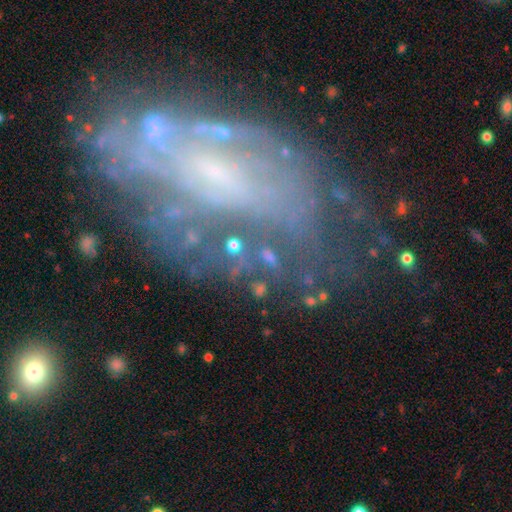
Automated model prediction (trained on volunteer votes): A featured or disk galaxy (70%) with no bar (63%), spiral arms (51%) and a small central bulge (52%).

Vote fractions:
- Smooth or featured? featured or disk: 70% / smooth: 19% / star or artifact: 11%
- Edge-on disk? no: 93% / yes: 7%
- Bar? no: 63% / weak: 28% / strong: 9%
- Spiral arms? yes: 51% / no: 49%
- Bulge size? small: 52% / none: 30% / moderate: 14% / large: 2% / dominant: 1%
- Merging? none: 53% / minor disturbance: 23% / major disturbance: 19% / merger: 5%